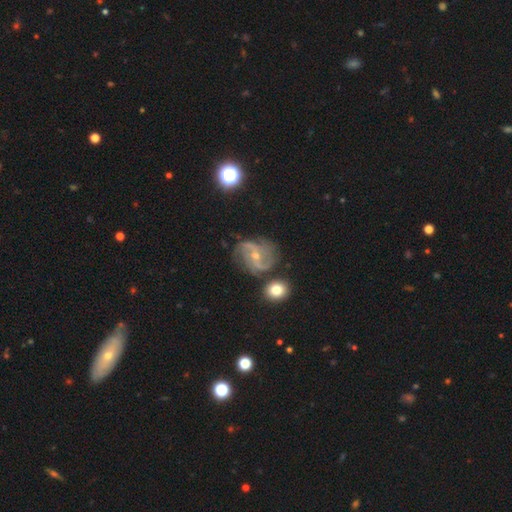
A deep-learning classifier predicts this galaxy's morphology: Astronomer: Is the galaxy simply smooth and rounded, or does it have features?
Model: featured or disk — 84%.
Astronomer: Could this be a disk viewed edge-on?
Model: no — 97%.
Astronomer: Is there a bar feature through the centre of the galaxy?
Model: weak — 42% (runner-up: no, 37%).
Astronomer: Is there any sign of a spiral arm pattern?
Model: yes — 95%.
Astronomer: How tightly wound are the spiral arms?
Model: medium — 46% (runner-up: loose, 36%).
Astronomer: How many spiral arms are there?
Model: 2 — 54%.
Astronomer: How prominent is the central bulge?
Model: small — 56% (runner-up: moderate, 40%).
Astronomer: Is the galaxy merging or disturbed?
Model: none — 65%.